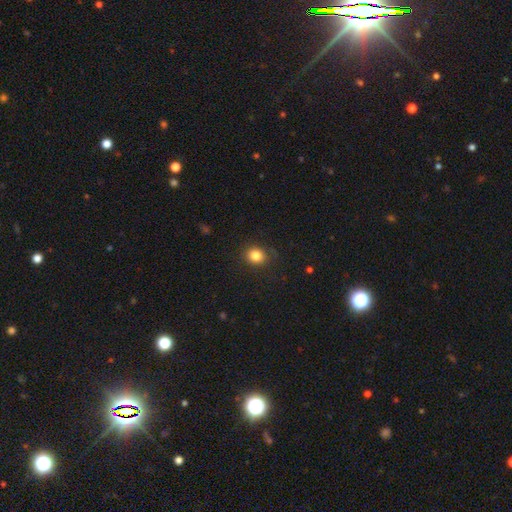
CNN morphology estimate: Smooth or featured?
  - smooth: 83% *
  - star or artifact: 11%
  - featured or disk: 6%
How rounded?
  - round: 74% *
  - in between: 25%
  - cigar-shaped: 1%
Merging?
  - none: 82% *
  - minor disturbance: 13%
  - major disturbance: 4%
  - merger: 1%